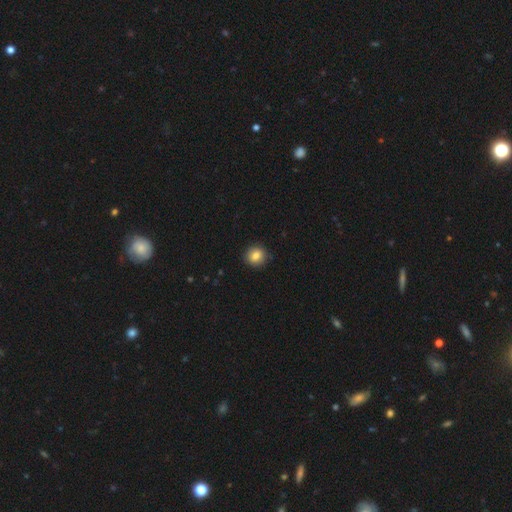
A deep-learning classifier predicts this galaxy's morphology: Smooth or featured?
  - smooth: 82% *
  - star or artifact: 9%
  - featured or disk: 8%
How rounded?
  - round: 86% *
  - in between: 13%
  - cigar-shaped: 1%
Merging?
  - none: 90% *
  - minor disturbance: 8%
  - major disturbance: 2%
  - merger: 1%